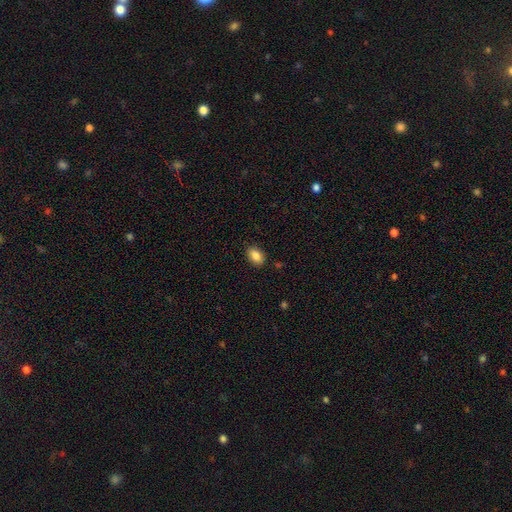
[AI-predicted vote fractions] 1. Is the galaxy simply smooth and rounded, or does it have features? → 86% smooth, 8% star or artifact, 5% featured or disk.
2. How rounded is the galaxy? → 84% in between, 15% round, 1% cigar-shaped.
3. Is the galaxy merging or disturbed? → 87% none, 10% minor disturbance, 2% major disturbance, 1% merger.